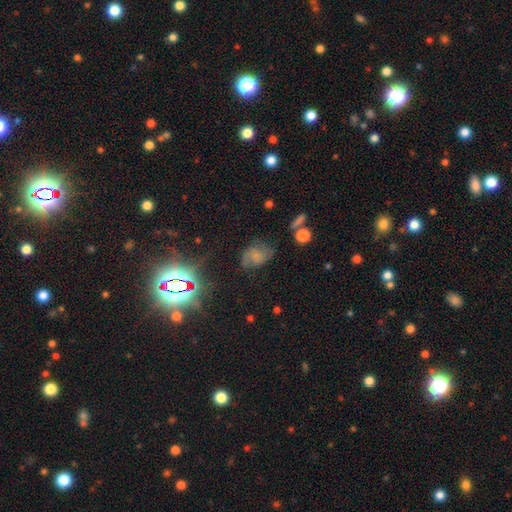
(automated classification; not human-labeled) This appears to be a featured or disk galaxy (44%). Merging: none (56%).